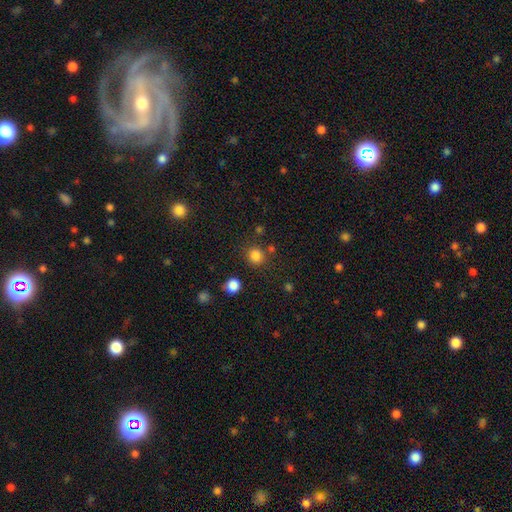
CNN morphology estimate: A smooth galaxy with no disk features (83%) that is round (89%). Merging: none (81%).